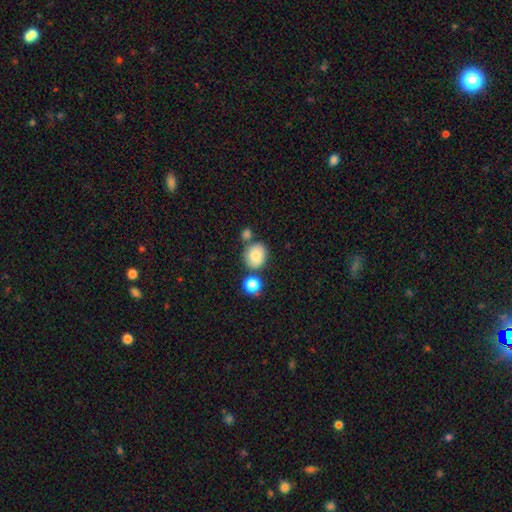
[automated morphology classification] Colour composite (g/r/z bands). It shows a smooth galaxy with no disk features (81%) that is round (68%). Merging: none (65%).